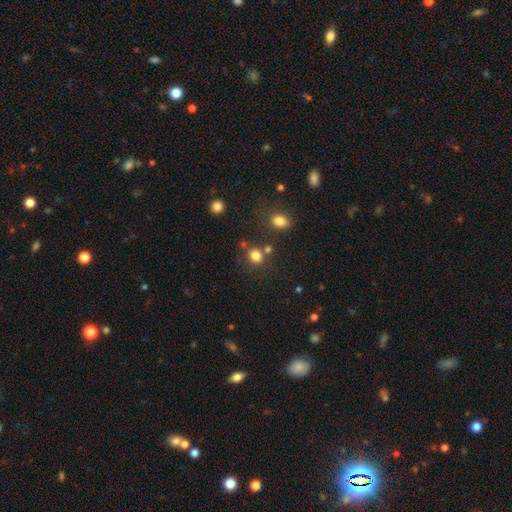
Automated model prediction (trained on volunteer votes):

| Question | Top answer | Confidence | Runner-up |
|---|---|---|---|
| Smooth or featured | smooth | 80% | star or artifact (15%) |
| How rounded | round | 74% | in between (25%) |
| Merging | none | 69% | merger (16%) |